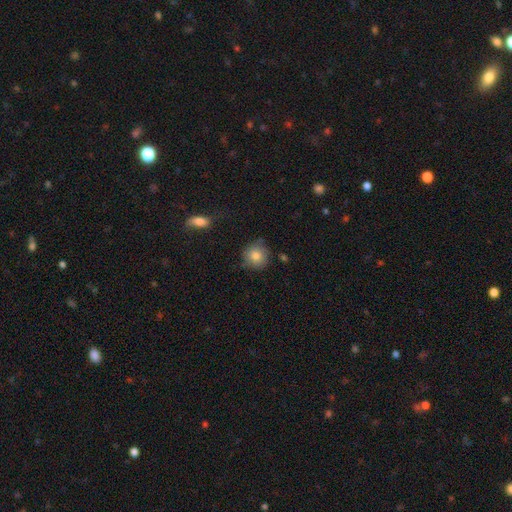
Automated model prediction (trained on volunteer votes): A smooth galaxy with no disk features (81%) that is round (92%).

Vote fractions:
- Smooth or featured? smooth: 81% / featured or disk: 10% / star or artifact: 9%
- How rounded? round: 92% / in between: 7% / cigar-shaped: 1%
- Merging? none: 80% / minor disturbance: 14% / major disturbance: 3% / merger: 3%